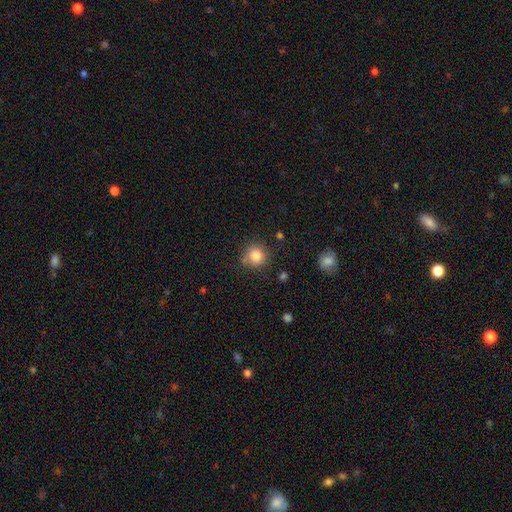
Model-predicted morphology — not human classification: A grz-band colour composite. It shows a smooth galaxy with no disk features (83%) that is round (89%). Merging: none (74%).